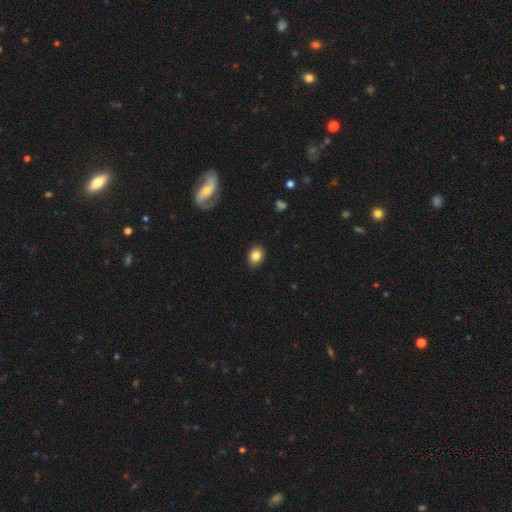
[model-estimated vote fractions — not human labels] The model was most divided on "how rounded": in between: 66%, round: 33%, cigar-shaped: 1%. More confident: merging — none (88%); smooth or featured — smooth (83%).